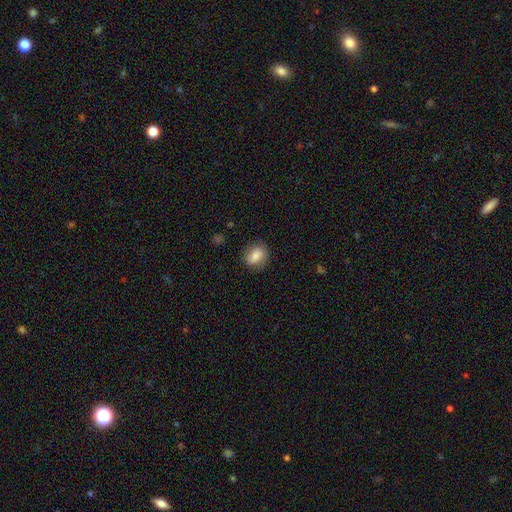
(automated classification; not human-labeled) This is clearly a smooth galaxy (82%). How rounded: possibly in between (50%). Merging: likely none (80%).